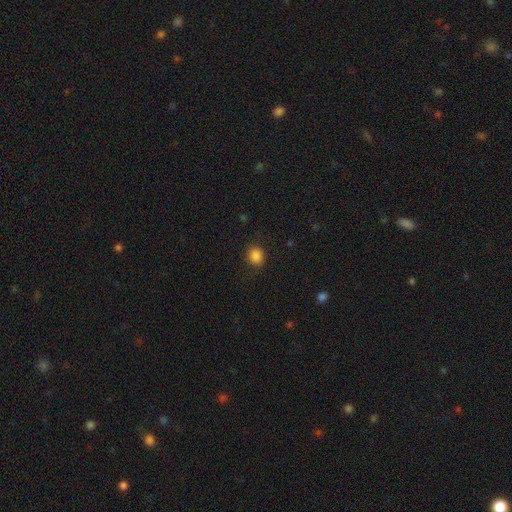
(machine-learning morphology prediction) A smooth galaxy with no disk features (86%) that is round (79%).

Vote fractions:
- Smooth or featured? smooth: 86% / star or artifact: 10% / featured or disk: 4%
- How rounded? round: 79% / in between: 20% / cigar-shaped: 1%
- Merging? none: 84% / minor disturbance: 11% / major disturbance: 4% / merger: 1%